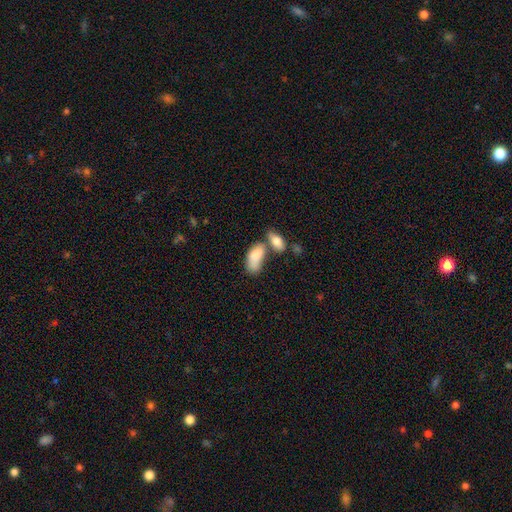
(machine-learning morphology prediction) Smooth or featured? Predicted: smooth (p=0.82). How rounded? Predicted: in between (p=0.89). Merging? Predicted: merger (p=0.44).